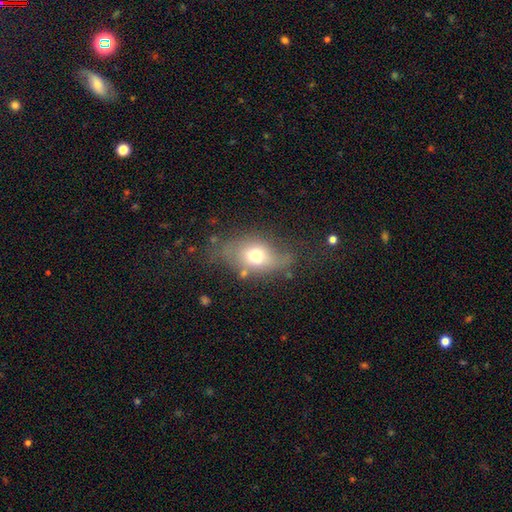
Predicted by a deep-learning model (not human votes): The model was most divided on "merging": none: 48%, minor disturbance: 27%, major disturbance: 19%, merger: 6%. More confident: how rounded — in between (77%); smooth or featured — smooth (59%).